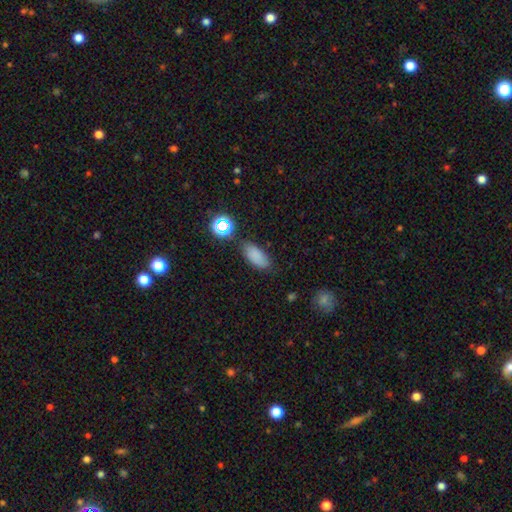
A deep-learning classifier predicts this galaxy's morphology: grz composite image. It shows a smooth galaxy with no disk features (79%) that is in between round and cigar-shaped (85%). Merging: none (76%).